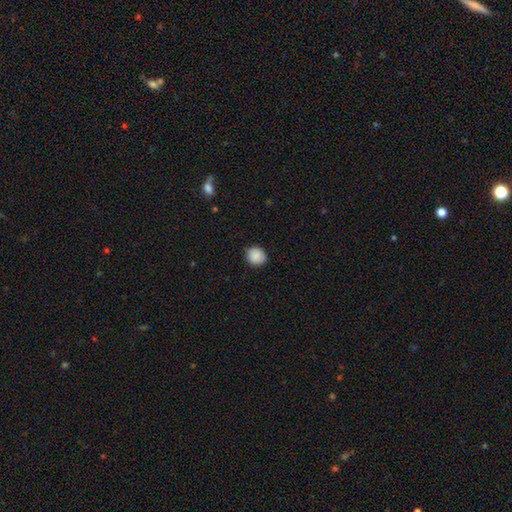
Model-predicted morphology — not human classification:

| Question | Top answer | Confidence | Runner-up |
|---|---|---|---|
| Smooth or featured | smooth | 89% | star or artifact (8%) |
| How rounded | round | 85% | in between (14%) |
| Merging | none | 88% | minor disturbance (9%) |